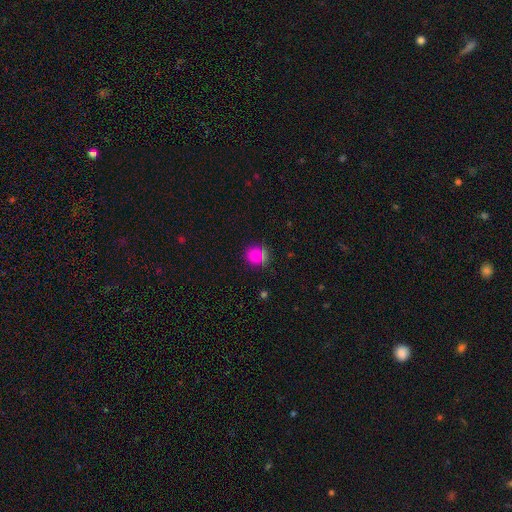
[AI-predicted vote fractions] Smooth or featured: smooth — 77% (star or artifact — 15%)
How rounded: round — 91% (in between — 8%)
Merging: none — 78% (minor disturbance — 12%)